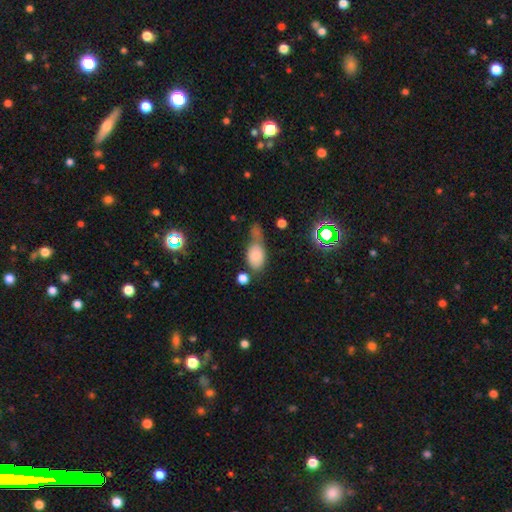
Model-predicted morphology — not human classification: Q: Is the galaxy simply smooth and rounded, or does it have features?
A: smooth — 77%.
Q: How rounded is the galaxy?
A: in between — 86%.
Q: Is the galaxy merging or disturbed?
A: none — 34%.